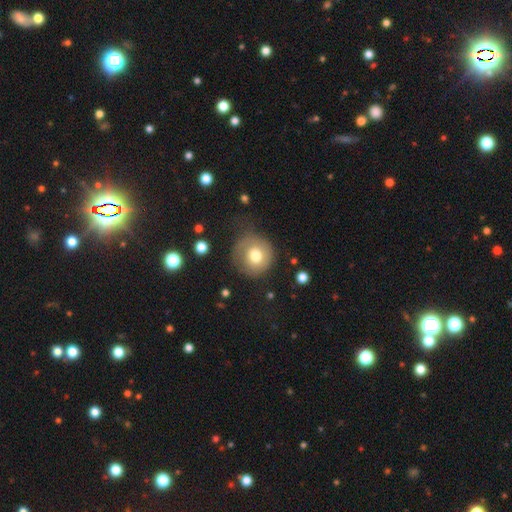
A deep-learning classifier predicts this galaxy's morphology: The model was most divided on "merging": none: 55%, minor disturbance: 24%, major disturbance: 19%, merger: 2%. More confident: how rounded — round (88%); smooth or featured — smooth (69%).